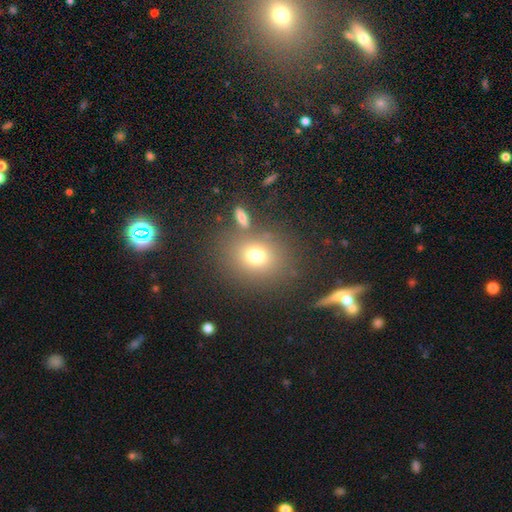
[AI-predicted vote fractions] Overall: smooth (72%). How rounded: round (62%; in between 37%). Merging: none (74%).